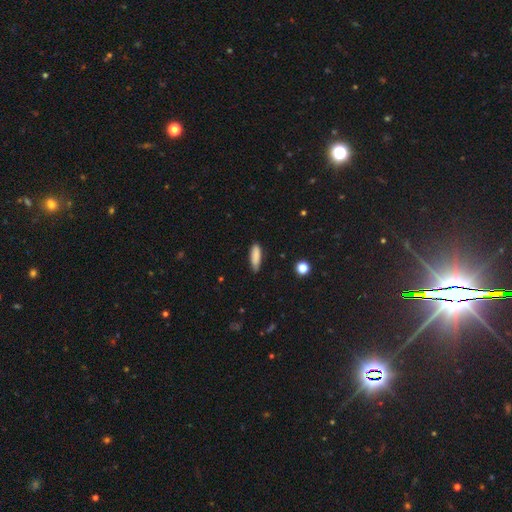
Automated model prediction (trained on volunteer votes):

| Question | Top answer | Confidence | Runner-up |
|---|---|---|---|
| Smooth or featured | smooth | 86% | star or artifact (7%) |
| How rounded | cigar-shaped | 58% | in between (41%) |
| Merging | none | 81% | minor disturbance (15%) |